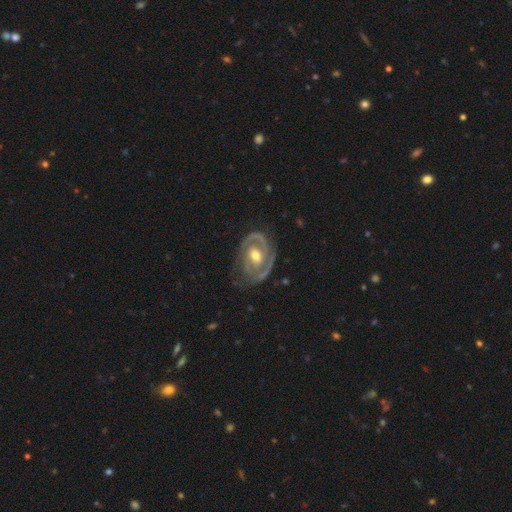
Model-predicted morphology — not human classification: Smooth or featured: featured or disk — 88% (smooth — 8%)
Edge-on disk: no — 97% (yes — 3%)
Bar: no — 52% (weak — 35%)
Spiral arms: yes — 92% (no — 8%)
Spiral winding: tight — 58% (medium — 33%)
Spiral arm count: 2 — 70% (1 — 13%)
Bulge size: moderate — 74% (small — 17%)
Merging: none — 71% (minor disturbance — 20%)